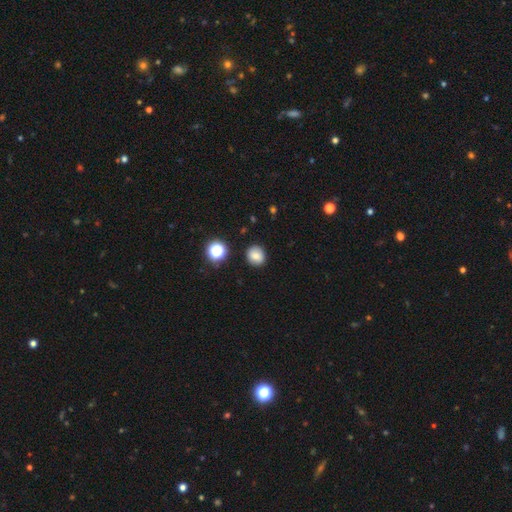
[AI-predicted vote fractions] smooth_or_featured: smooth (p=0.80) [alt: star or artifact p=0.12]
how_rounded: round (p=0.78) [alt: in between p=0.21]
merging: none (p=0.88) [alt: minor disturbance p=0.08]